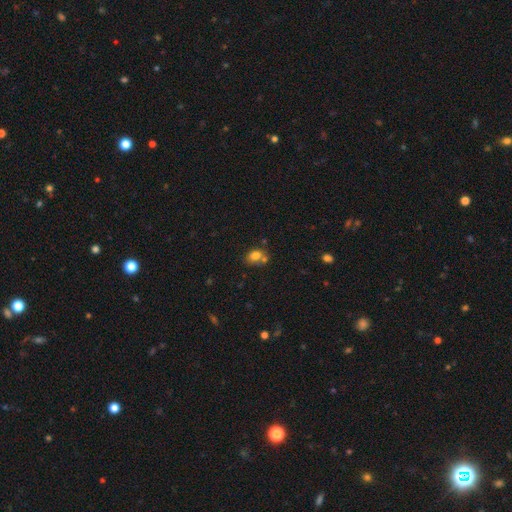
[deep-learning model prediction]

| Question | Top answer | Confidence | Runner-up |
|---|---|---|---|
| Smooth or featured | smooth | 78% | star or artifact (12%) |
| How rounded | in between | 56% | round (43%) |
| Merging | none | 52% | merger (29%) |